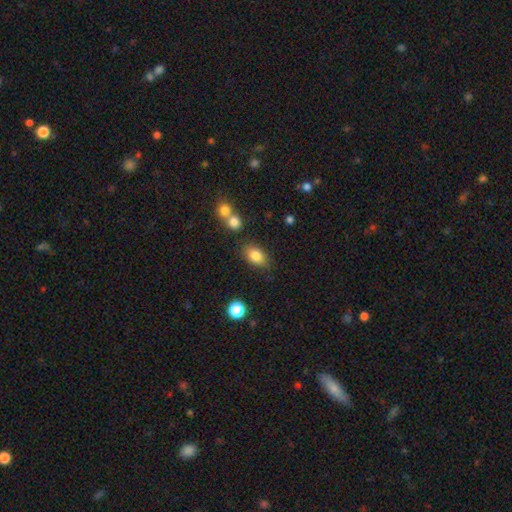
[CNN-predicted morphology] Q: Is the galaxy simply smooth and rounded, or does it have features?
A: smooth — 84%.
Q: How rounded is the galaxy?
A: in between — 84%.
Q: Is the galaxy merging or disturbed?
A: none — 75%.